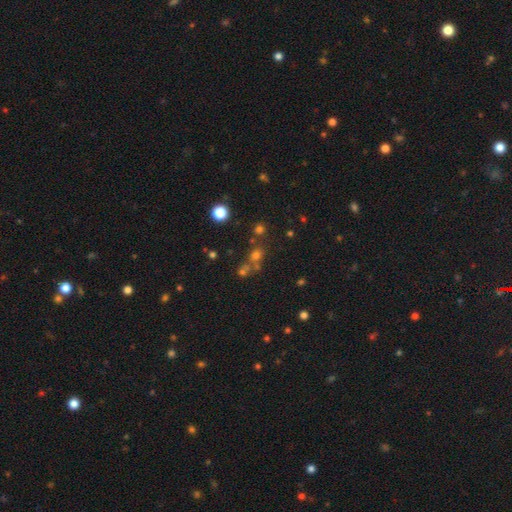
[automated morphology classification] Smooth or featured?
  - smooth: 49% *
  - star or artifact: 37%
  - featured or disk: 14%
Merging?
  - none: 56% *
  - merger: 32%
  - minor disturbance: 8%
  - major disturbance: 5%